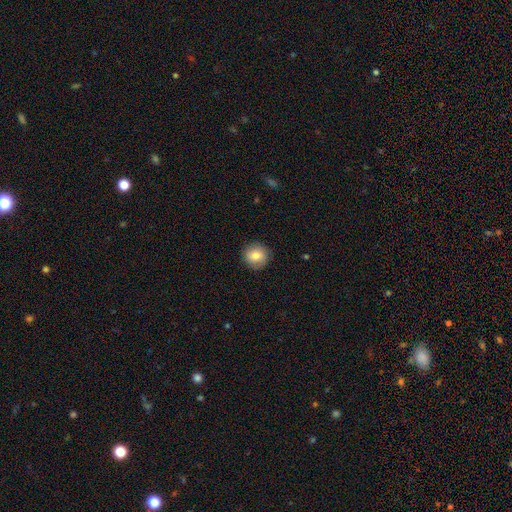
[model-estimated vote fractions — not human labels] This is likely a smooth galaxy (78%). How rounded: clearly round (90%). Merging: clearly none (88%).